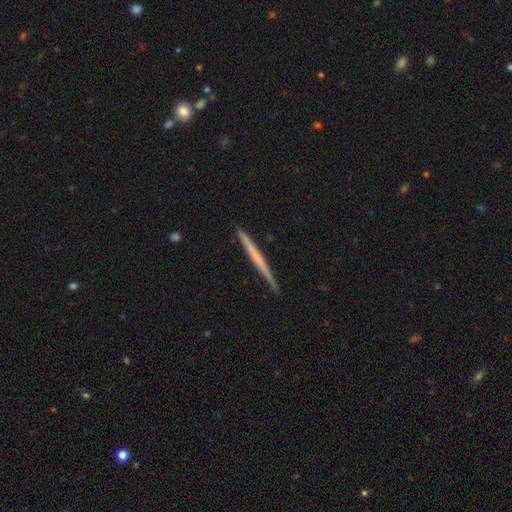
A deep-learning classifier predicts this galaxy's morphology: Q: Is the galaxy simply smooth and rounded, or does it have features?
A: featured or disk — 51%.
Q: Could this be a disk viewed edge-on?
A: yes — 98%.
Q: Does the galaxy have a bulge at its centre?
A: none — 89%.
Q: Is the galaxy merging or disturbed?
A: none — 91%.